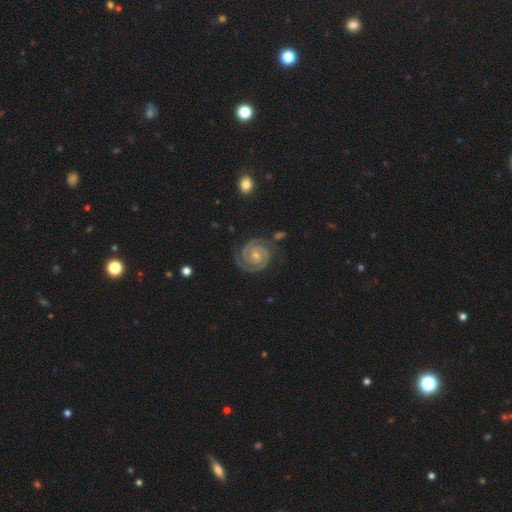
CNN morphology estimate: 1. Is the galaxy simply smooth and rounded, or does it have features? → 90% featured or disk, 6% star or artifact, 4% smooth.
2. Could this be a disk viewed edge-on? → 98% no, 2% yes.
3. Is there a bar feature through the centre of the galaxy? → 63% no, 27% weak, 10% strong.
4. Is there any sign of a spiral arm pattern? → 99% yes, 1% no.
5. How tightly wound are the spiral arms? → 80% tight, 18% medium, 2% loose.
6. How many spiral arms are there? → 82% 2, 8% 3, 4% can't tell, 2% 4, 2% 1, 2% more than 4.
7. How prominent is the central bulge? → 63% small, 32% moderate, 3% none, 1% large, 1% dominant.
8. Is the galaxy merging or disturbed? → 80% none, 13% minor disturbance, 4% major disturbance, 2% merger.